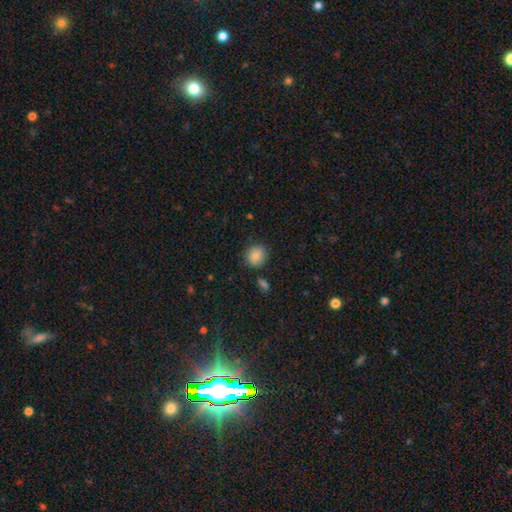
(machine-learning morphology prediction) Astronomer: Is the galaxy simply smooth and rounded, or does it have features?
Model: smooth — 86%.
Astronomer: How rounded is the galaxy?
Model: round — 72%.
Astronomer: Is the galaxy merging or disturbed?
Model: none — 80%.